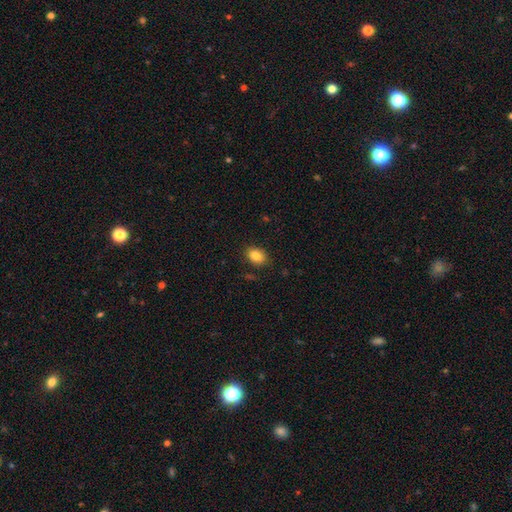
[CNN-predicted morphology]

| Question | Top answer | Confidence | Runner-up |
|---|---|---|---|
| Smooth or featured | smooth | 84% | star or artifact (9%) |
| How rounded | in between | 72% | round (27%) |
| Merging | none | 86% | minor disturbance (10%) |